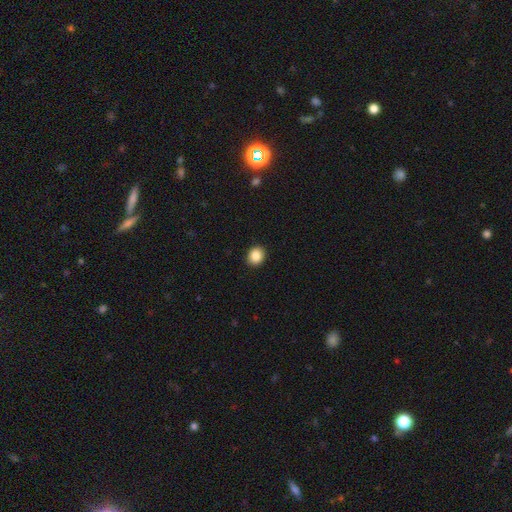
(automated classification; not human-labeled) This appears to be a smooth galaxy with no disk features (88%) that is round (69%). Merging: none (91%).